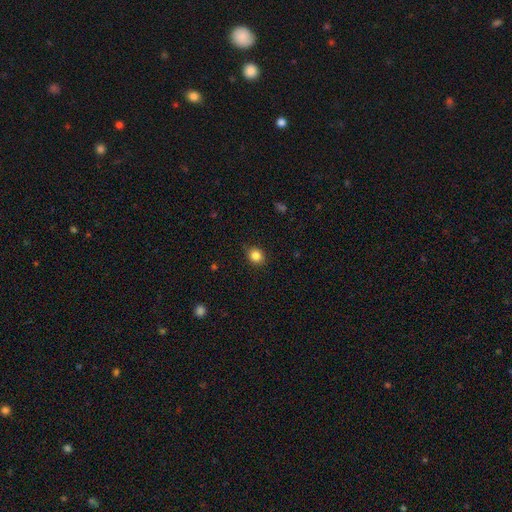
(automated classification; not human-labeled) Q: Smooth or featured?
A: smooth (84%); runner-up: star or artifact (11%)
Q: How rounded?
A: round (76%); runner-up: in between (23%)
Q: Merging?
A: none (85%); runner-up: minor disturbance (12%)